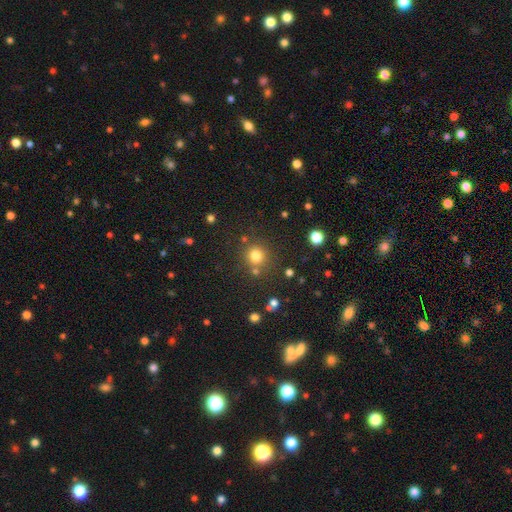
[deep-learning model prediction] Morphology: type=smooth (78%); roundness=round (93%); merging=none (80%).